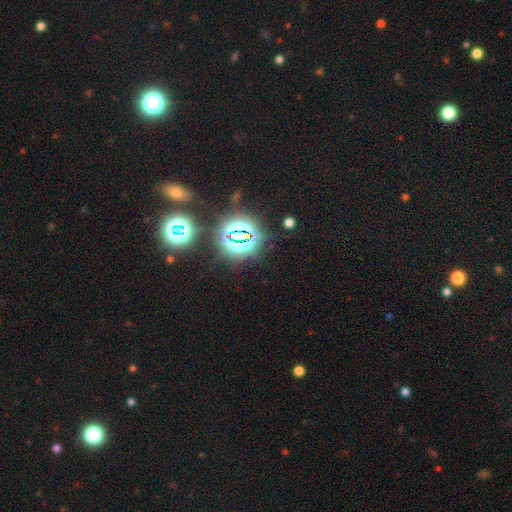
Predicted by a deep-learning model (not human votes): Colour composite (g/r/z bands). It shows a star or artifact, not a galaxy (79%).